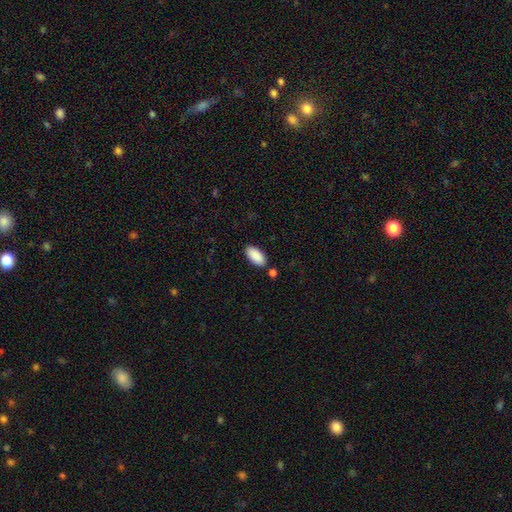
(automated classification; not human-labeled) Smooth or featured? smooth (90%)
How rounded? in between (92%)
Merging? none (83%)